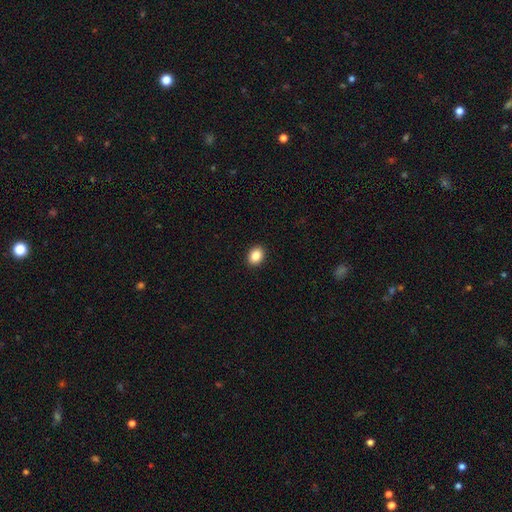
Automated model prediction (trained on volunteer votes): A smooth galaxy with no disk features (87%) that is in between round and cigar-shaped (67%). Merging: none (91%).